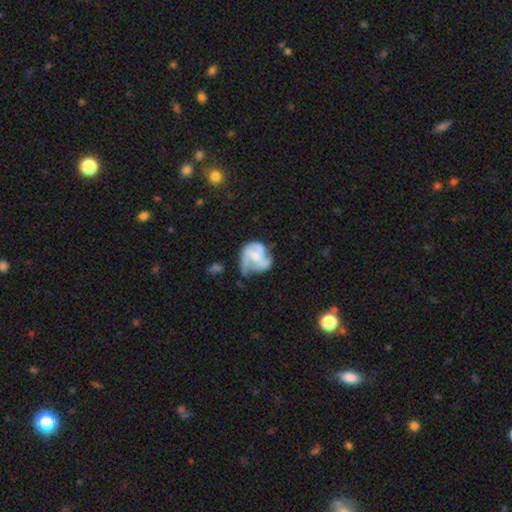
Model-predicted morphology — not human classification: This is likely a featured or disk galaxy (69%). It is clearly not viewed edge-on (98%). Bar: likely no (63%). Spiral arm pattern: likely yes (74%). Spiral arm count: marginally 3 (38%). Spiral winding: marginally medium (45%). Central bulge: marginally small (44%, tied with moderate). Merging: marginally none (34%).